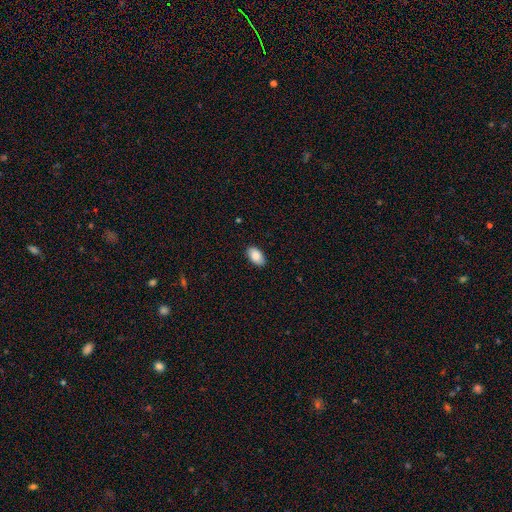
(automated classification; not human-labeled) smooth_or_featured: smooth (p=0.86) [alt: featured or disk p=0.07]
how_rounded: in between (p=0.94) [alt: round p=0.04]
merging: none (p=0.88) [alt: minor disturbance p=0.09]